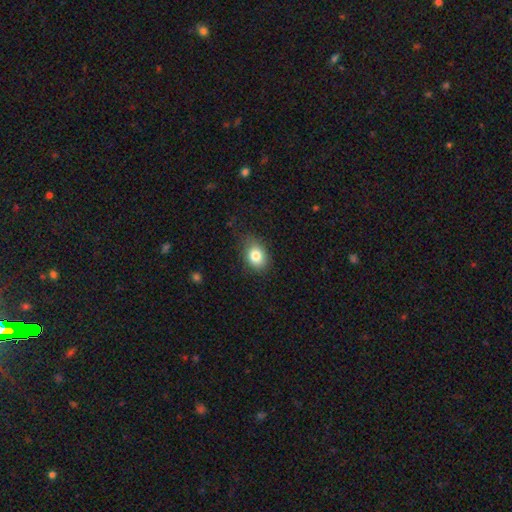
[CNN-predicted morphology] This is clearly a smooth galaxy (82%). How rounded: likely in between (65%). Merging: likely none (75%).